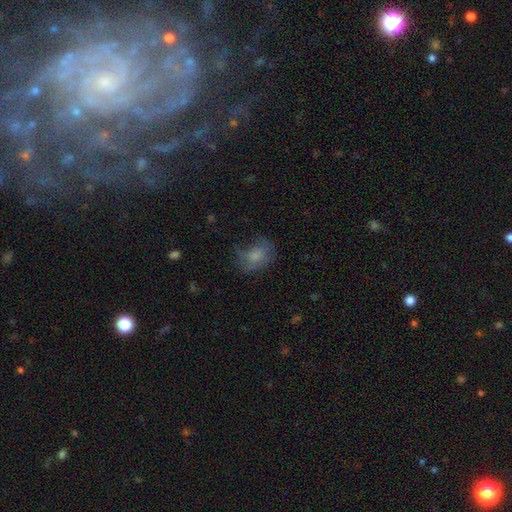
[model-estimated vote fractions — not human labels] This is likely a smooth galaxy (65%). How rounded: possibly in between (60%). Merging: marginally none (45%).